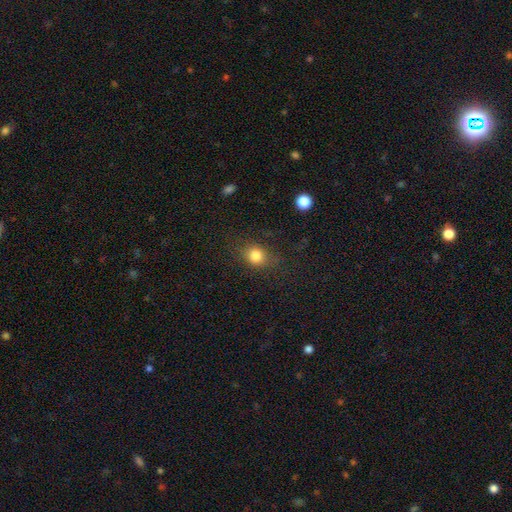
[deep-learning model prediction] Smooth or featured? Predicted: smooth (p=0.82). How rounded? Predicted: round (p=0.66). Merging? Predicted: none (p=0.76).